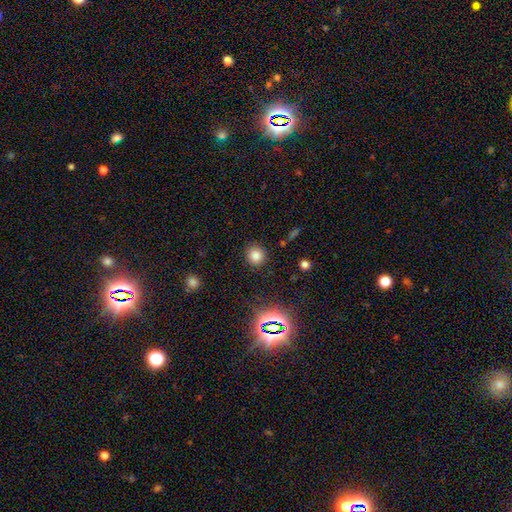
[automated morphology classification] Q: Smooth or featured?
A: smooth (78%); runner-up: star or artifact (16%)
Q: How rounded?
A: round (90%); runner-up: in between (9%)
Q: Merging?
A: none (89%); runner-up: minor disturbance (7%)